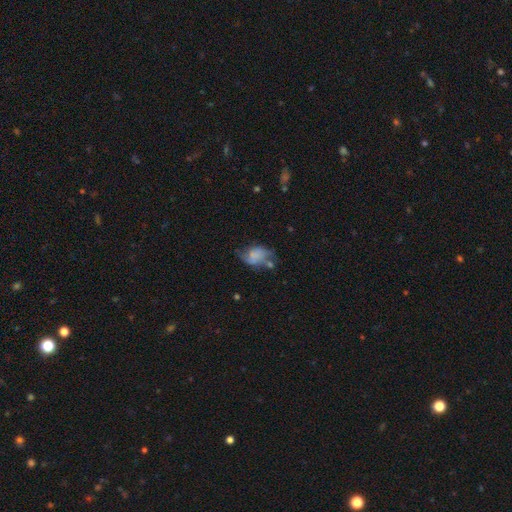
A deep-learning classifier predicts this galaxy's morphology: Smooth or featured: smooth — 45% (featured or disk — 44%)
Merging: none — 33% (minor disturbance — 28%)